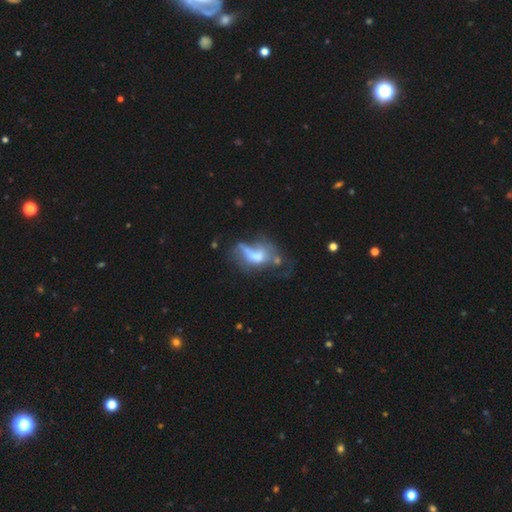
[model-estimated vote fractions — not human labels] Smooth or featured? featured or disk (51%)
Edge-on disk? no (94%)
Merging? major disturbance (41%)